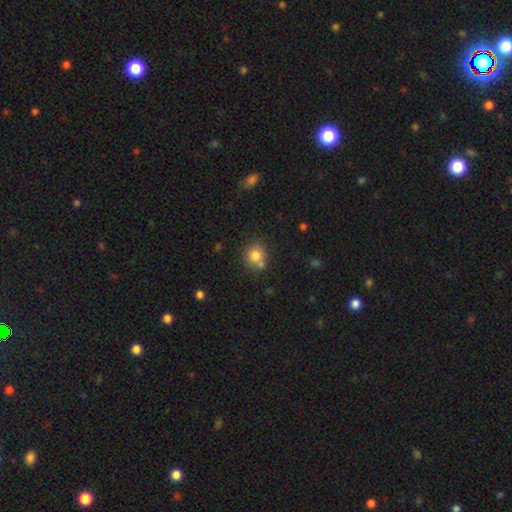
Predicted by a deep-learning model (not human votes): This is likely a smooth galaxy (80%). How rounded: clearly round (84%). Merging: likely none (64%).